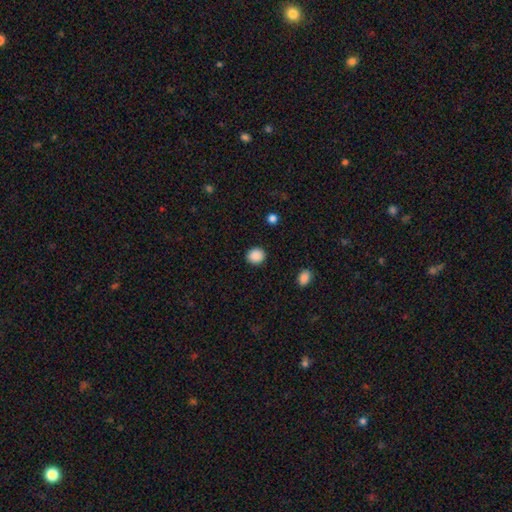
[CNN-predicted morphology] smooth-or-featured: smooth: 89% | star or artifact: 9% | featured or disk: 2%
  how-rounded: round: 82% | in between: 17% | cigar-shaped: 1%
  merging: none: 90% | minor disturbance: 6% | major disturbance: 2% | merger: 1%